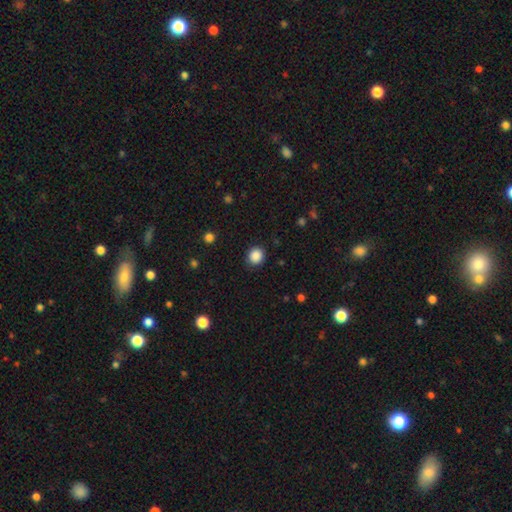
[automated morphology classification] Smooth or featured?
  - smooth: 87% *
  - star or artifact: 10%
  - featured or disk: 3%
How rounded?
  - round: 88% *
  - in between: 11%
  - cigar-shaped: 1%
Merging?
  - none: 89% *
  - minor disturbance: 8%
  - major disturbance: 2%
  - merger: 1%